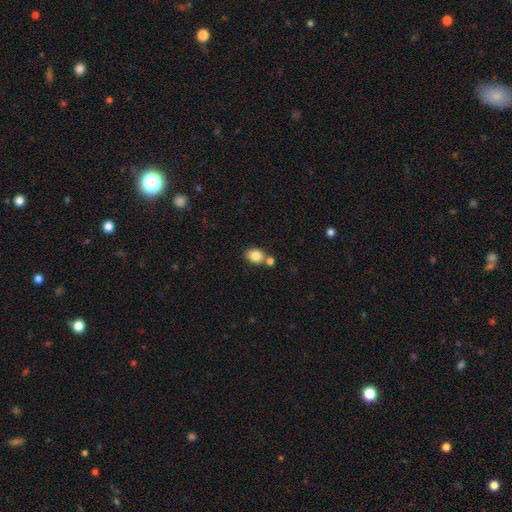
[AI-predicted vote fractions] The model was most divided on "how rounded": in between: 54%, round: 45%, cigar-shaped: 1%. More confident: smooth or featured — smooth (84%); merging — none (58%).